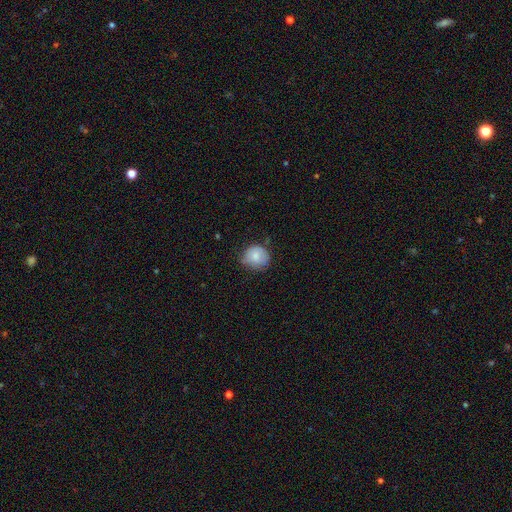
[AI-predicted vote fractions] Smooth or featured? Predicted: smooth (p=0.81). How rounded? Predicted: round (p=0.82). Merging? Predicted: none (p=0.63).